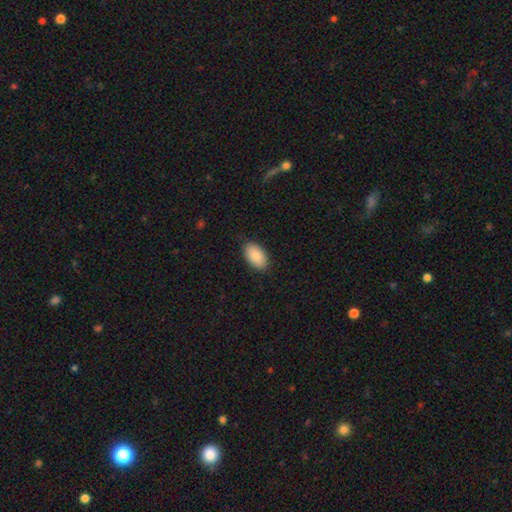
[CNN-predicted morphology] Smooth or featured?
  - smooth: 89% *
  - star or artifact: 6%
  - featured or disk: 5%
How rounded?
  - in between: 95% *
  - round: 4%
  - cigar-shaped: 1%
Merging?
  - none: 87% *
  - minor disturbance: 10%
  - major disturbance: 2%
  - merger: 1%